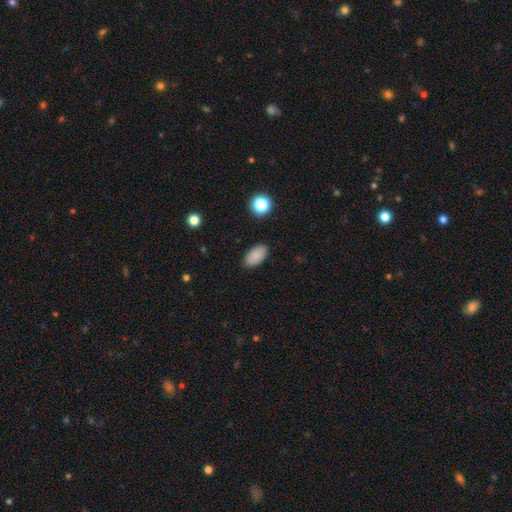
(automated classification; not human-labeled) The model was most divided on "smooth or featured": smooth: 86%, star or artifact: 9%, featured or disk: 5%. More confident: how rounded — in between (93%); merging — none (88%).